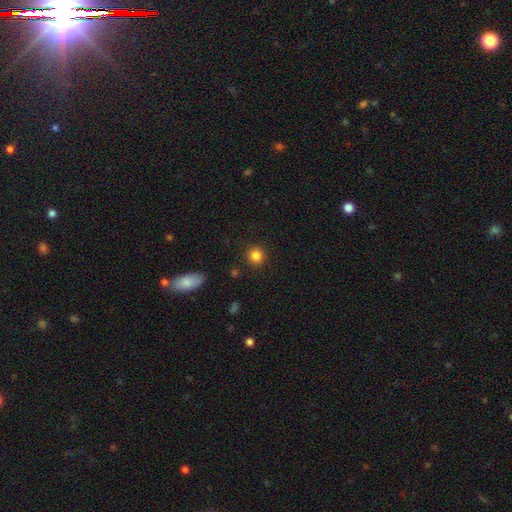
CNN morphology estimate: This appears to be a smooth galaxy with no disk features (84%) that is round (92%). Merging: none (91%).